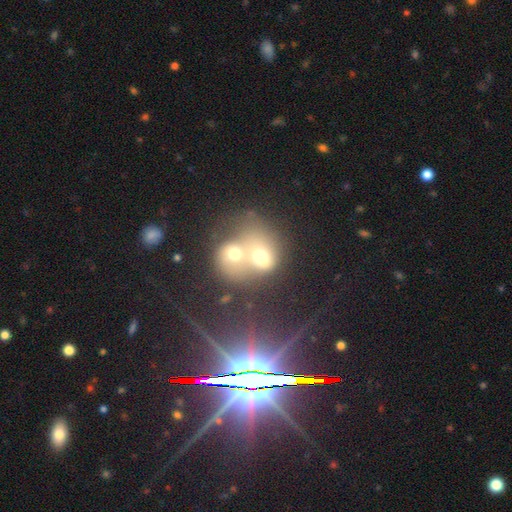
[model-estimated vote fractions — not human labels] Morphology: type=smooth (46%); merging=merger (79%).